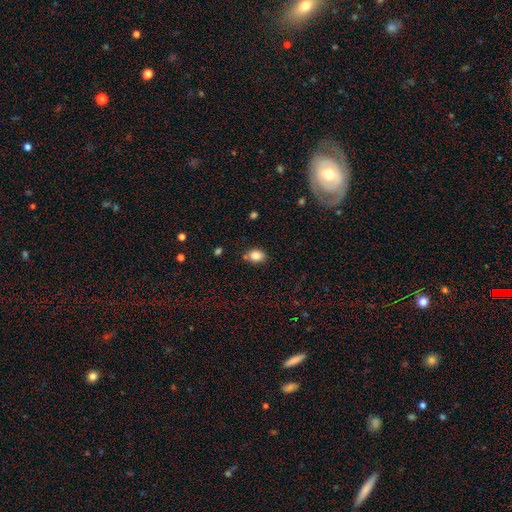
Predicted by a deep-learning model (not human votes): smooth_or_featured: smooth (p=0.84) [alt: star or artifact p=0.10]
how_rounded: in between (p=0.65) [alt: round p=0.34]
merging: none (p=0.74) [alt: minor disturbance p=0.16]